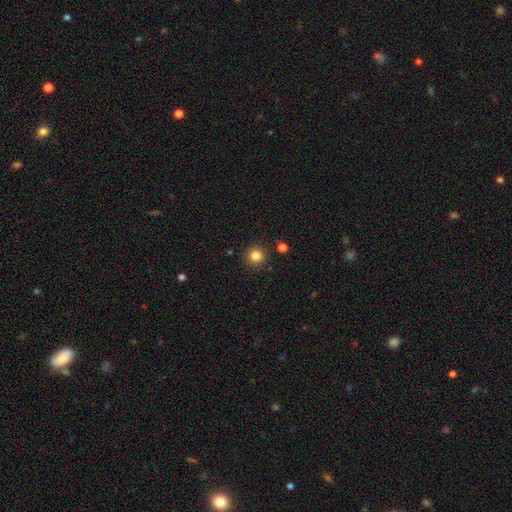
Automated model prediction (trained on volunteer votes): A smooth galaxy with no disk features (83%) that is round (94%). Merging: none (90%).